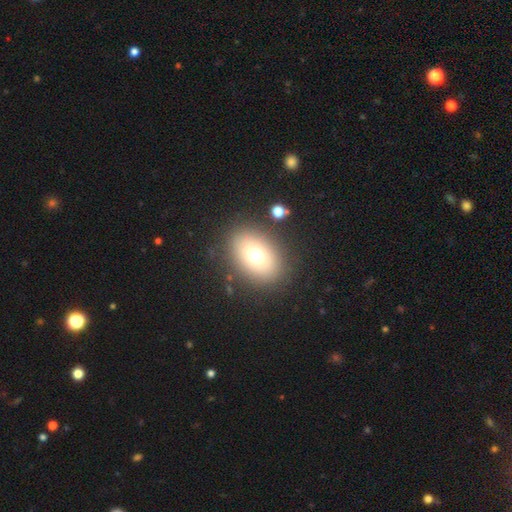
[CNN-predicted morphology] A smooth galaxy with no disk features (70%) that is in between round and cigar-shaped (74%).

Vote fractions:
- Smooth or featured? smooth: 70% / featured or disk: 18% / star or artifact: 12%
- How rounded? in between: 74% / round: 24% / cigar-shaped: 1%
- Merging? none: 84% / minor disturbance: 9% / major disturbance: 4% / merger: 3%